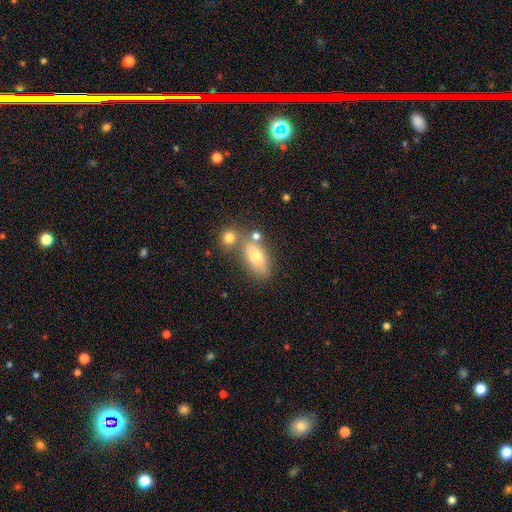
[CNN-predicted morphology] Overall: smooth (74%). How rounded: in between (82%). Merging: none (55%; merger 25%).